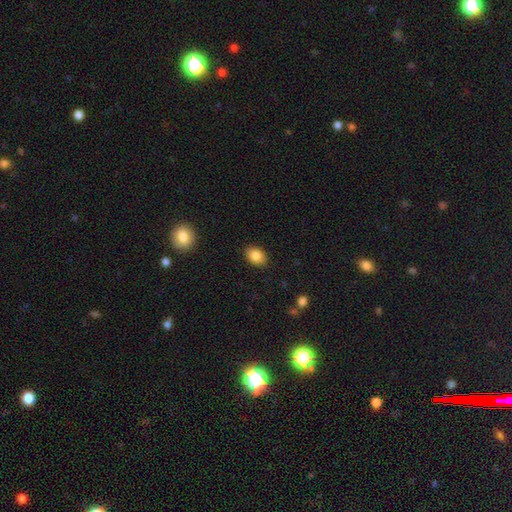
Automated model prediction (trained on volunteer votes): Smooth or featured: smooth — 85% (star or artifact — 8%)
How rounded: in between — 78% (round — 21%)
Merging: none — 89% (minor disturbance — 8%)